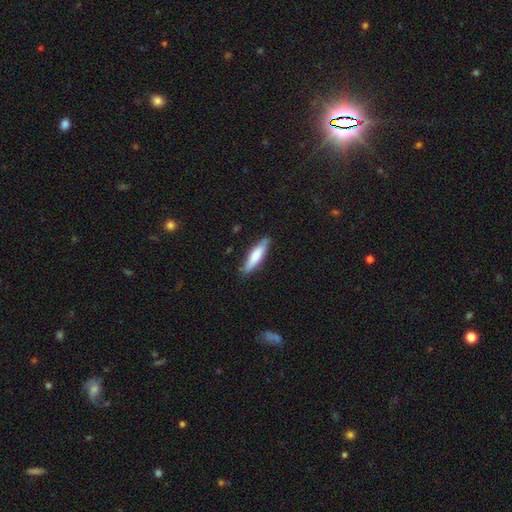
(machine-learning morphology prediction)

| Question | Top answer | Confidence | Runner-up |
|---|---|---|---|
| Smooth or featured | smooth | 72% | featured or disk (23%) |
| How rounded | cigar-shaped | 73% | in between (25%) |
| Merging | none | 84% | minor disturbance (13%) |